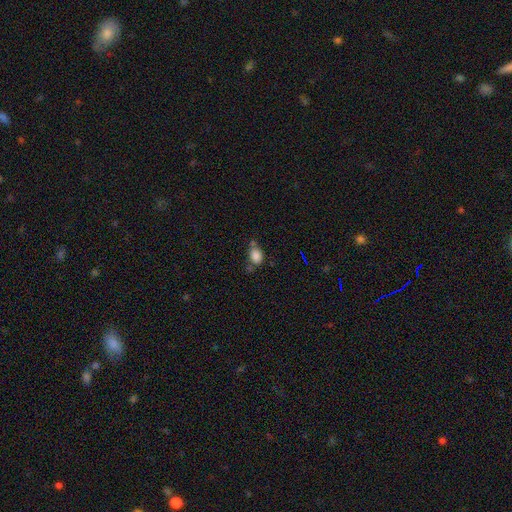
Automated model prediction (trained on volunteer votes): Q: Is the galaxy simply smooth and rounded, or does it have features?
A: smooth — 83%.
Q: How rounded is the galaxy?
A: in between — 63%.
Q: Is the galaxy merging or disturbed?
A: none — 48%.